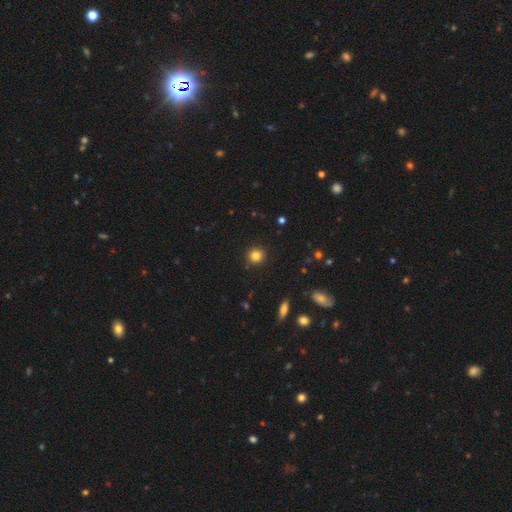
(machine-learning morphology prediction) A smooth galaxy with no disk features (83%) that is round (92%).

Vote fractions:
- Smooth or featured? smooth: 83% / star or artifact: 12% / featured or disk: 5%
- How rounded? round: 92% / in between: 7% / cigar-shaped: 1%
- Merging? none: 91% / minor disturbance: 6% / major disturbance: 2% / merger: 1%